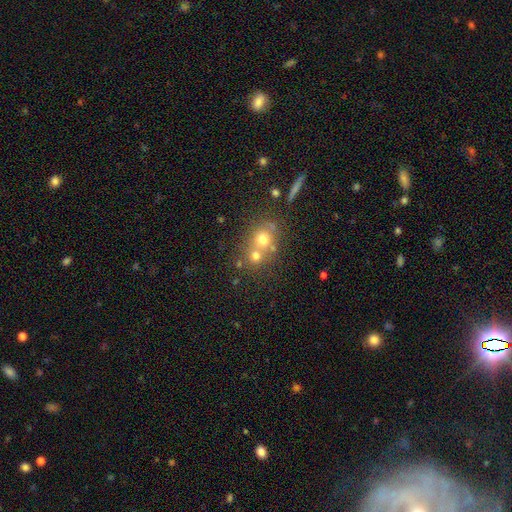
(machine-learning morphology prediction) Smooth or featured?
  - smooth: 65% *
  - featured or disk: 18%
  - star or artifact: 17%
How rounded?
  - round: 78% *
  - in between: 21%
  - cigar-shaped: 1%
Merging?
  - merger: 47% *
  - none: 42%
  - minor disturbance: 7%
  - major disturbance: 4%